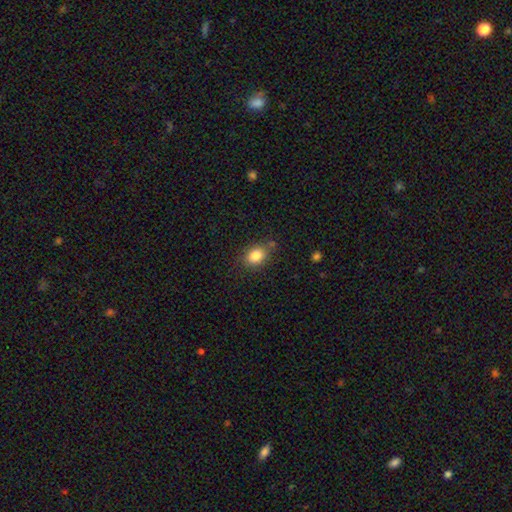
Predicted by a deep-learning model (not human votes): smooth-or-featured: smooth: 84% | star or artifact: 9% | featured or disk: 7%
  how-rounded: in between: 66% | round: 33% | cigar-shaped: 1%
  merging: none: 75% | minor disturbance: 16% | merger: 5% | major disturbance: 4%